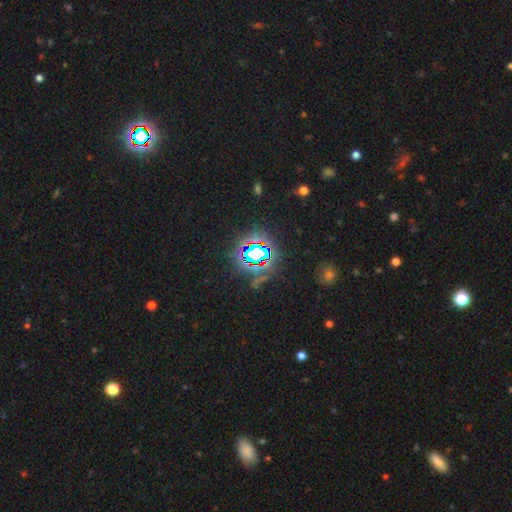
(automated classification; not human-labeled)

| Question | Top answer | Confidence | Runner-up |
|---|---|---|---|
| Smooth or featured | star or artifact | 78% | smooth (12%) |